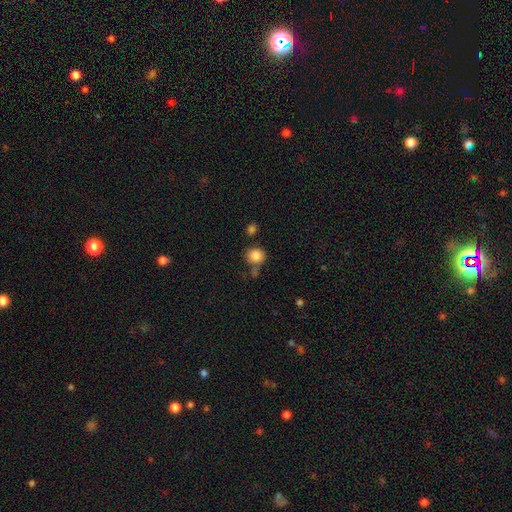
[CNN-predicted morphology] A smooth galaxy with no disk features (86%) that is round (83%). Merging: none (70%).